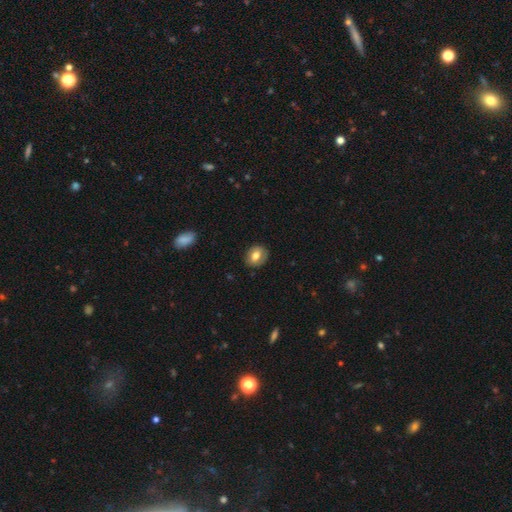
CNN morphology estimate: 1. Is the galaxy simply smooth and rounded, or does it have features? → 70% smooth, 22% featured or disk, 8% star or artifact.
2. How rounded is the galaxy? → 50% in between, 49% round, 1% cigar-shaped.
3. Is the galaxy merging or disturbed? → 84% none, 12% minor disturbance, 3% major disturbance, 1% merger.